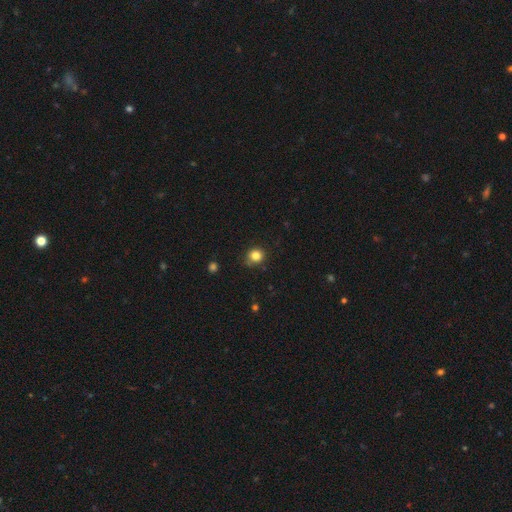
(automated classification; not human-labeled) The model was most divided on "merging": none: 79%, minor disturbance: 16%, major disturbance: 3%, merger: 2%. More confident: smooth or featured — smooth (83%); how rounded — round (83%).